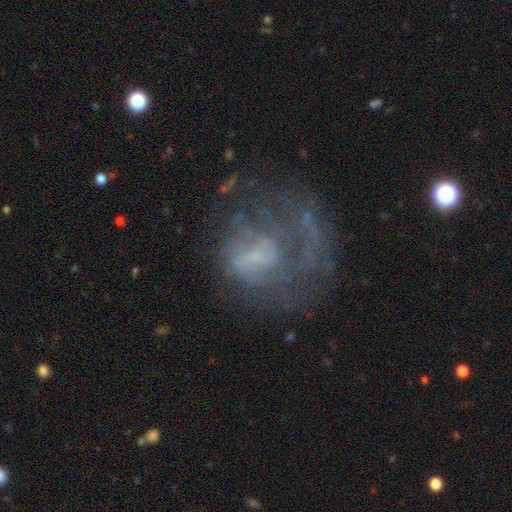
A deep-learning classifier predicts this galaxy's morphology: Q: Smooth or featured?
A: featured or disk (65%); runner-up: smooth (21%)
Q: Edge-on disk?
A: no (98%); runner-up: yes (2%)
Q: Bar?
A: no (60%); runner-up: weak (32%)
Q: Spiral arms?
A: yes (50%); tied with: no (50%)
Q: Bulge size?
A: none (45%); runner-up: small (31%)
Q: Merging?
A: major disturbance (42%); runner-up: none (38%)